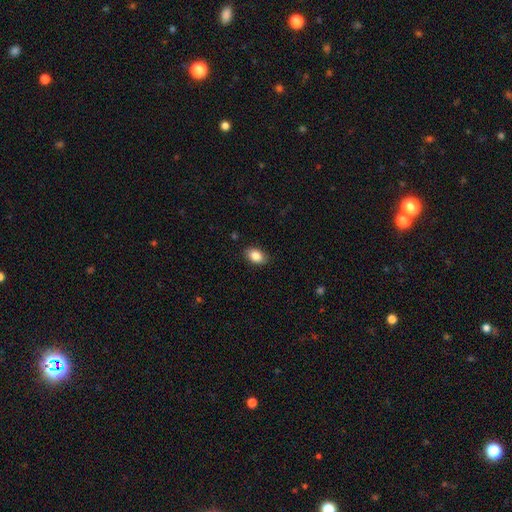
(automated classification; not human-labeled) The model was most divided on "how rounded": in between: 86%, round: 12%, cigar-shaped: 1%. More confident: smooth or featured — smooth (87%); merging — none (86%).